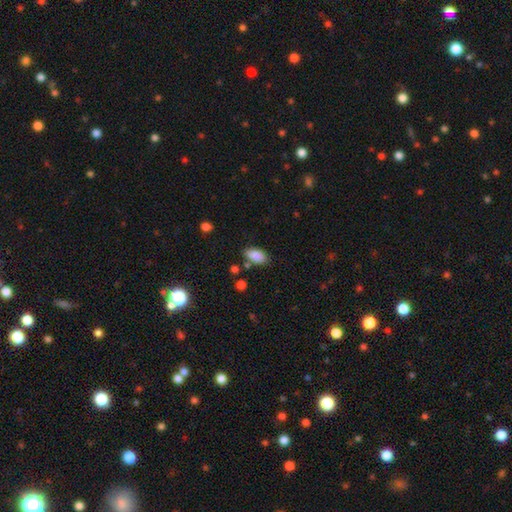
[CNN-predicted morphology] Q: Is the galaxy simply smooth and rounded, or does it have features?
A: smooth — 88%.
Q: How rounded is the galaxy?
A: in between — 92%.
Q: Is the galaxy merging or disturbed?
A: none — 78%.